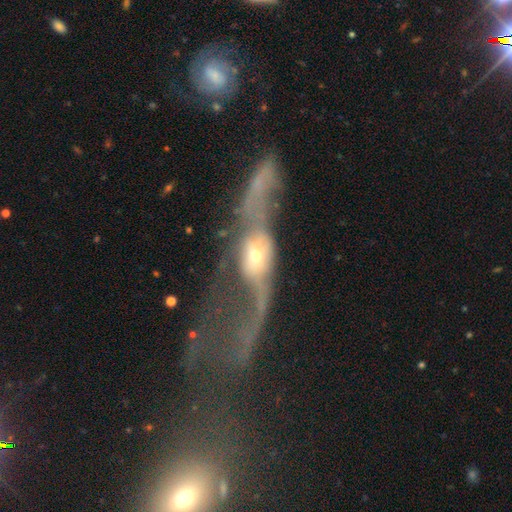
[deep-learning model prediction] Smooth or featured? featured or disk (67%)
Edge-on disk? no (83%)
Bar? no (70%)
Spiral arms? no (51%)
Bulge size? small (46%)
Merging? major disturbance (54%)